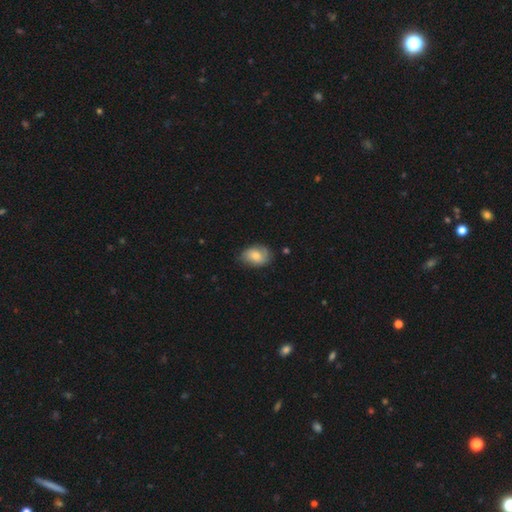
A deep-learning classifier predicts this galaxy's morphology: smooth-or-featured: smooth: 65% | featured or disk: 28% | star or artifact: 7%
  how-rounded: in between: 77% | round: 22% | cigar-shaped: 1%
  merging: none: 67% | minor disturbance: 26% | major disturbance: 6% | merger: 1%